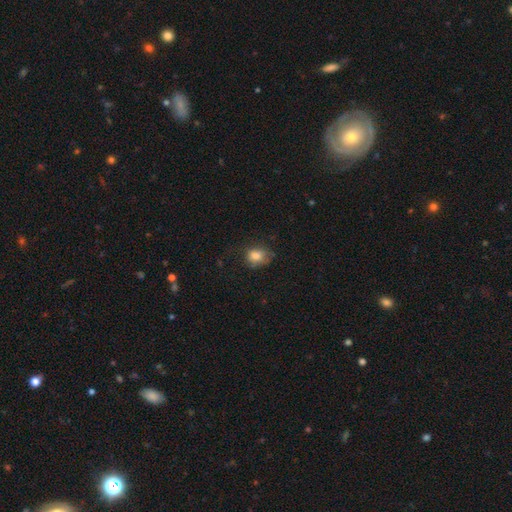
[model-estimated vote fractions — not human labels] smooth 81%, star or artifact 10%, featured or disk 10%. Down the decision tree: how rounded — in between (52%); merging — none (57%).